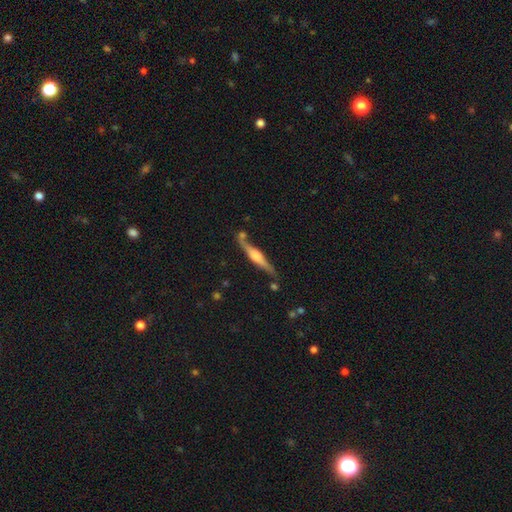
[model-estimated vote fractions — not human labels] This is likely a featured or disk galaxy (77%). It is clearly viewed edge-on (95%). Edge-on bulge: likely rounded (78%). Merging: likely none (73%).